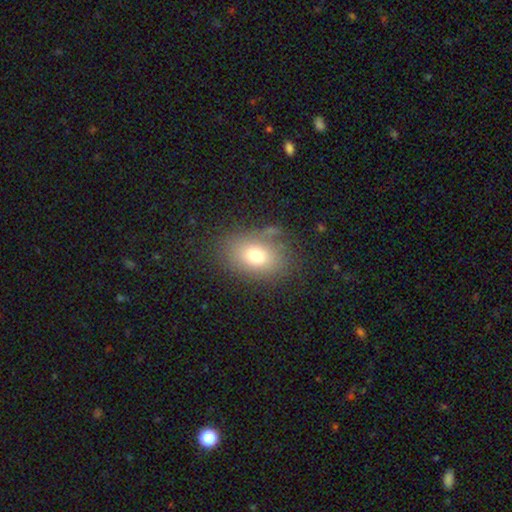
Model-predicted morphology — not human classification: smooth-or-featured: smooth: 71% | featured or disk: 16% | star or artifact: 14%
  how-rounded: in between: 72% | round: 27% | cigar-shaped: 1%
  merging: none: 75% | minor disturbance: 14% | major disturbance: 8% | merger: 2%